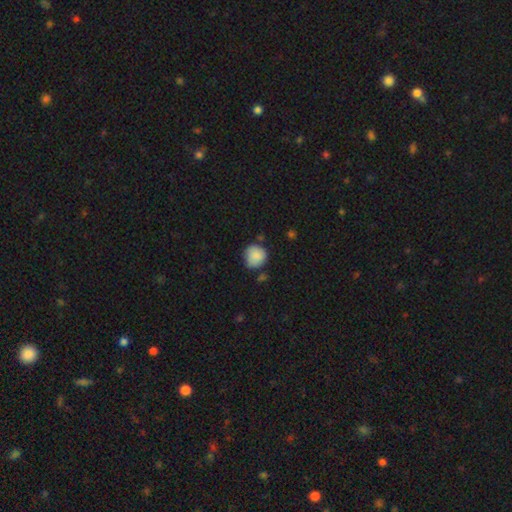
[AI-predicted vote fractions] Smooth or featured?
  - smooth: 84% *
  - featured or disk: 9%
  - star or artifact: 8%
How rounded?
  - round: 88% *
  - in between: 11%
  - cigar-shaped: 1%
Merging?
  - none: 64% *
  - minor disturbance: 26%
  - major disturbance: 5%
  - merger: 5%